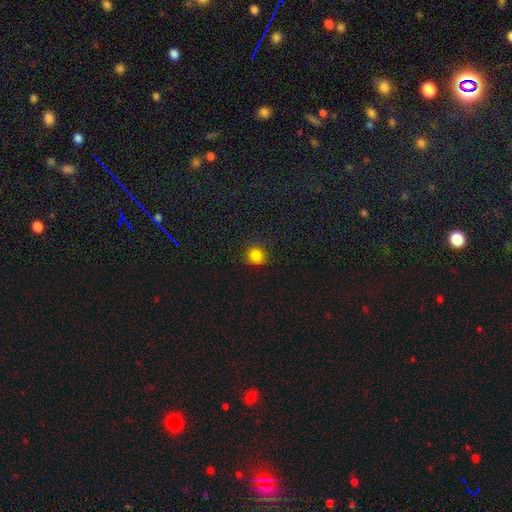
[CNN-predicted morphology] smooth-or-featured: smooth: 83% | star or artifact: 13% | featured or disk: 4%
  how-rounded: round: 88% | in between: 11% | cigar-shaped: 1%
  merging: none: 84% | minor disturbance: 11% | major disturbance: 3% | merger: 1%